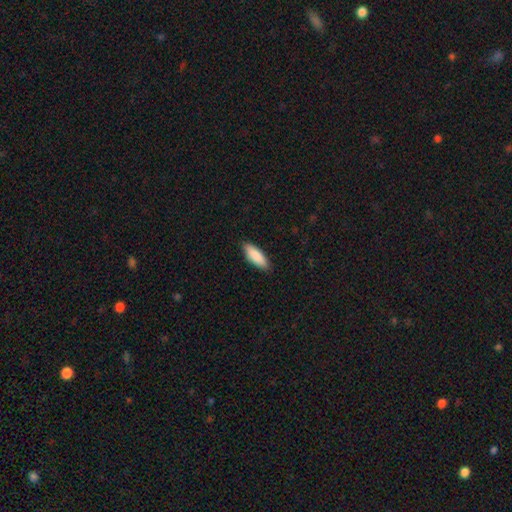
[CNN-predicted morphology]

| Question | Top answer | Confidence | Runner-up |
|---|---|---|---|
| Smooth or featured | smooth | 89% | featured or disk (6%) |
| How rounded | in between | 60% | cigar-shaped (38%) |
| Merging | none | 88% | minor disturbance (9%) |